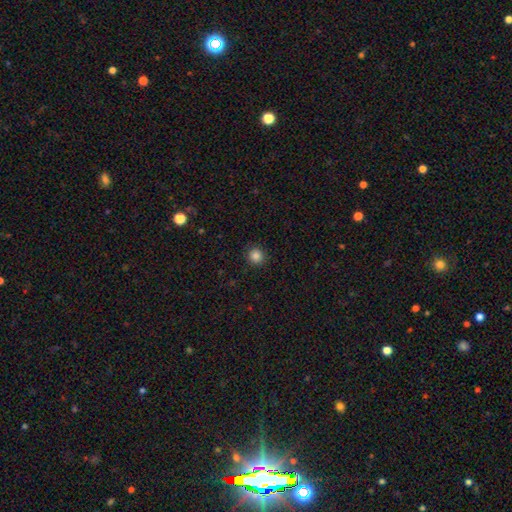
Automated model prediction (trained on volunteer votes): smooth-or-featured: smooth: 85% | star or artifact: 11% | featured or disk: 3%
  how-rounded: round: 94% | in between: 5% | cigar-shaped: 1%
  merging: none: 91% | minor disturbance: 6% | major disturbance: 2% | merger: 1%